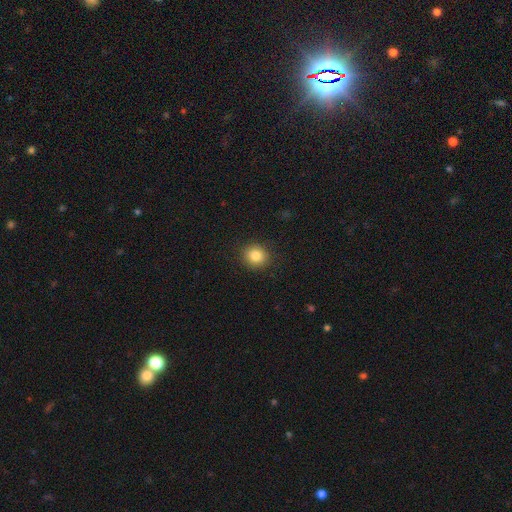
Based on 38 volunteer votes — A smooth galaxy with no disk features (95%) that is round (89%). Merging: none (84%).